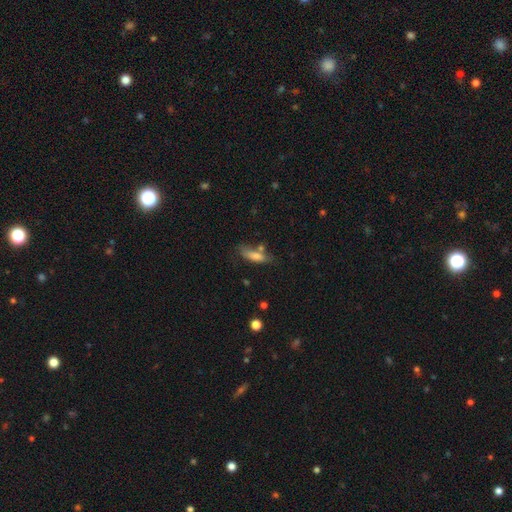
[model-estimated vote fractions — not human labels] Smooth or featured? smooth (74%)
How rounded? cigar-shaped (50%)
Merging? none (55%)